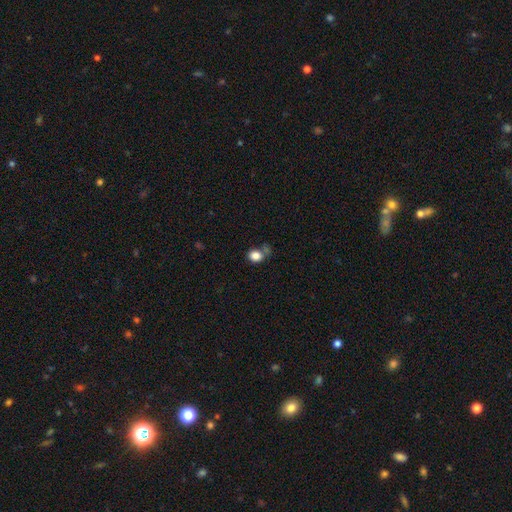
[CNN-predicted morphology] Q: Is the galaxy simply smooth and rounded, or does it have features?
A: smooth — 84%.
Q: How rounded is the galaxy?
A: round — 52%.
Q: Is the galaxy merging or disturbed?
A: none — 50%.